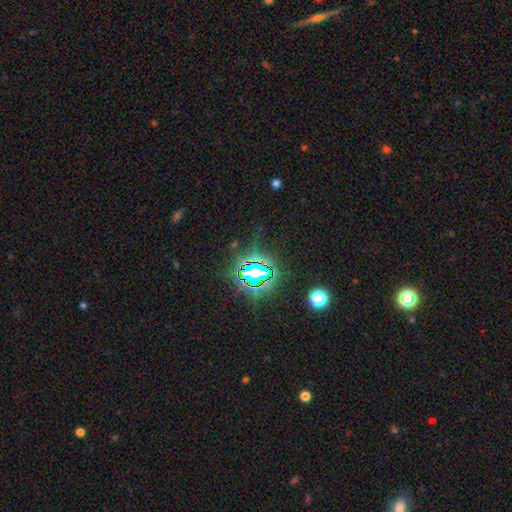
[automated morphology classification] Overall: star or artifact (79%).